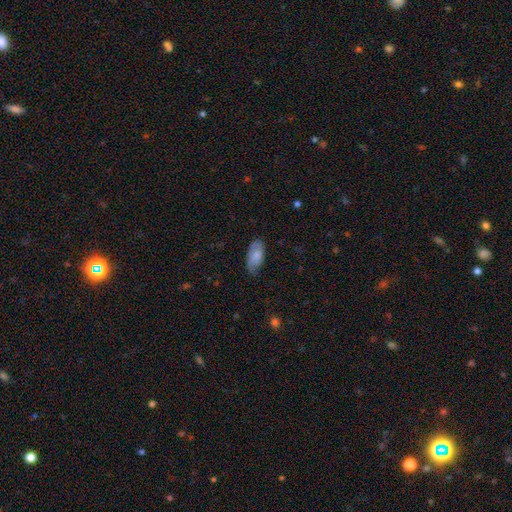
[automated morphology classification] smooth 75%, featured or disk 18%, star or artifact 6%. Down the decision tree: how rounded — in between (92%); merging — none (66%).